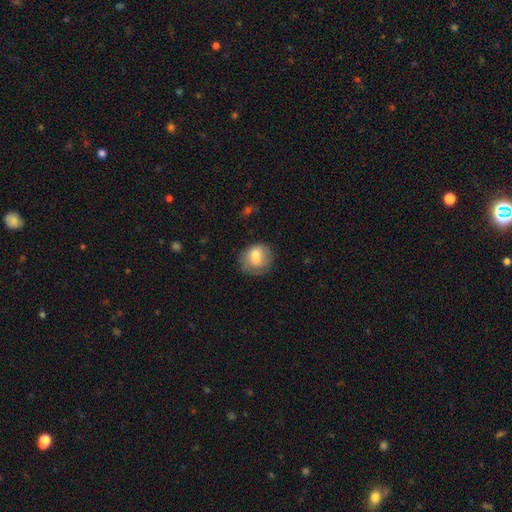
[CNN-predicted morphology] Smooth or featured? Predicted: smooth (p=0.75). How rounded? Predicted: round (p=0.68). Merging? Predicted: none (p=0.64).